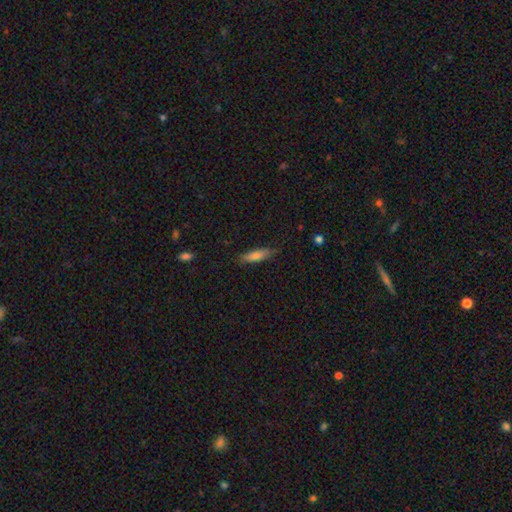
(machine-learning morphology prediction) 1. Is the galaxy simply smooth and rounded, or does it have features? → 73% smooth, 20% featured or disk, 7% star or artifact.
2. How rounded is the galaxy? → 64% cigar-shaped, 34% in between, 2% round.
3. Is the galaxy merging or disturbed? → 80% none, 16% minor disturbance, 3% major disturbance, 1% merger.